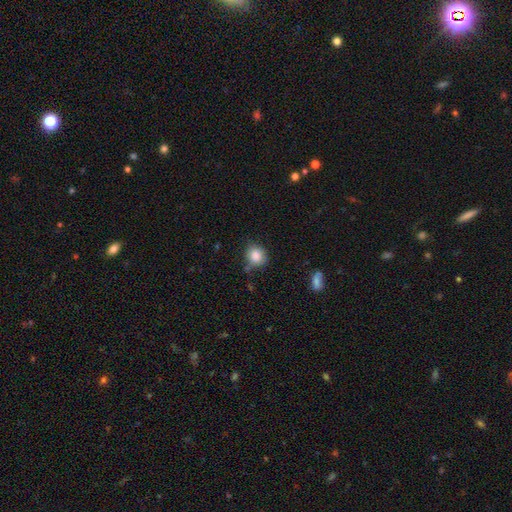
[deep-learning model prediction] smooth_or_featured: smooth (p=0.86) [alt: star or artifact p=0.09]
how_rounded: round (p=0.78) [alt: in between p=0.21]
merging: none (p=0.69) [alt: minor disturbance p=0.21]